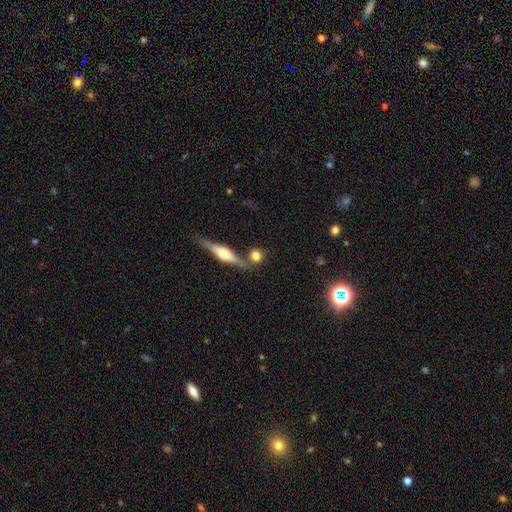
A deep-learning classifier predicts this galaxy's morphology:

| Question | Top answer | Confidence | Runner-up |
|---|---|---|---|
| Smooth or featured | smooth | 70% | featured or disk (21%) |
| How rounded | round | 82% | in between (13%) |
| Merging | none | 69% | merger (17%) |